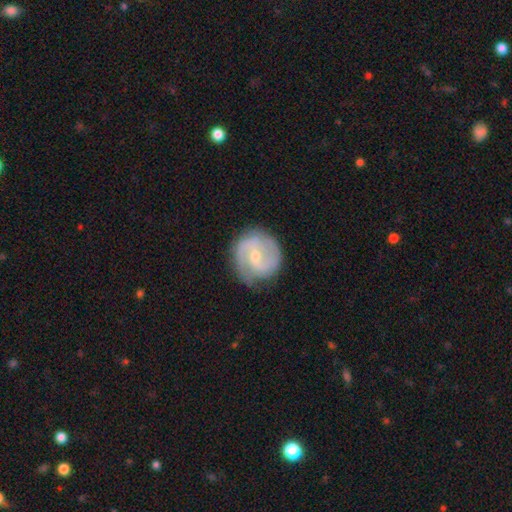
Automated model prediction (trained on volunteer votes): Smooth or featured: featured or disk — 81% (smooth — 14%)
Edge-on disk: no — 98% (yes — 2%)
Bar: weak — 54% (no — 33%)
Spiral arms: yes — 94% (no — 6%)
Spiral winding: medium — 48% (tight — 35%)
Spiral arm count: 2 — 78% (can't tell — 9%)
Bulge size: small — 54% (moderate — 43%)
Merging: none — 76% (minor disturbance — 17%)